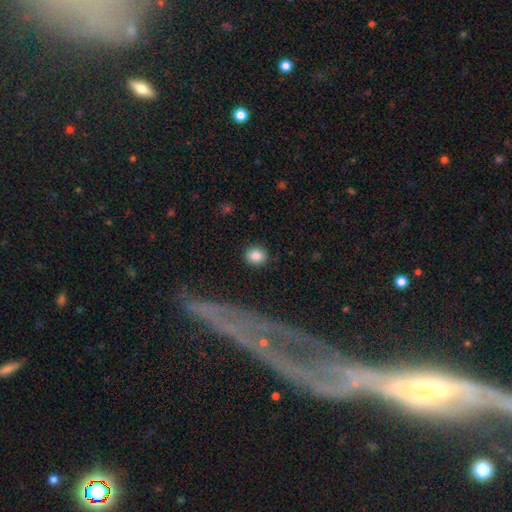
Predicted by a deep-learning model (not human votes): Morphology: type=smooth (85%); roundness=round (79%); merging=none (88%).